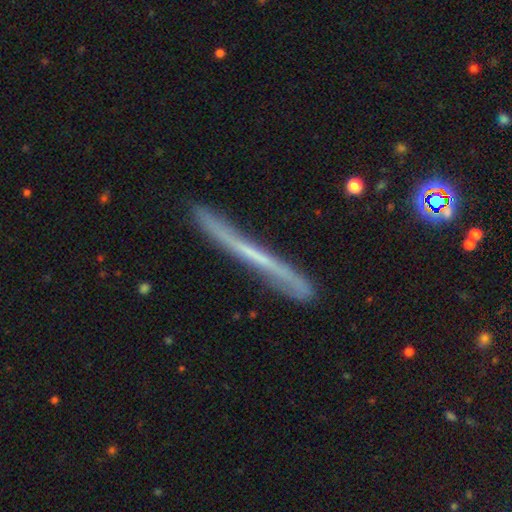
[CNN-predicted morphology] Smooth or featured: featured or disk — 61% (smooth — 31%)
Edge-on disk: yes — 89% (no — 11%)
Edge-on bulge: none — 88% (rounded — 8%)
Merging: none — 75% (minor disturbance — 18%)